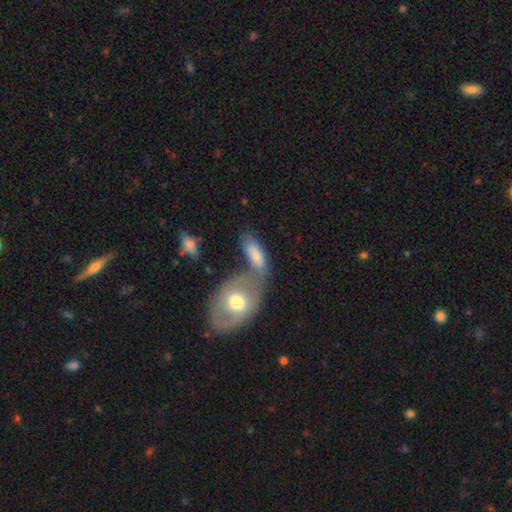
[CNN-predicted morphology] A smooth galaxy with no disk features (70%) that is in between round and cigar-shaped (79%).

Vote fractions:
- Smooth or featured? smooth: 70% / featured or disk: 22% / star or artifact: 8%
- How rounded? in between: 79% / cigar-shaped: 16% / round: 5%
- Merging? merger: 47% / none: 32% / minor disturbance: 13% / major disturbance: 7%